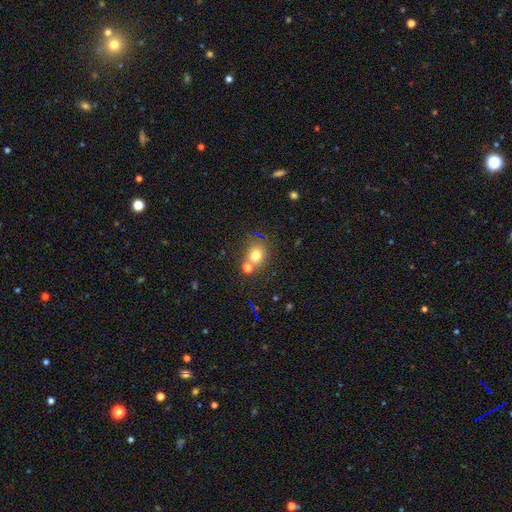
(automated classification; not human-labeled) Smooth or featured? smooth (73%)
How rounded? round (67%)
Merging? none (57%)